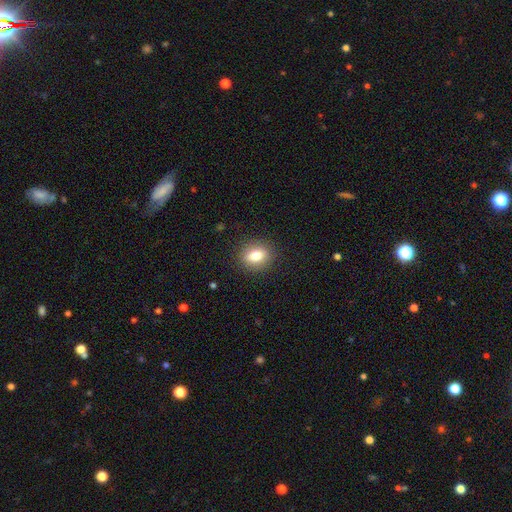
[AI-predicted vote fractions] This is clearly a smooth galaxy (80%). How rounded: possibly in between (56%). Merging: clearly none (88%).